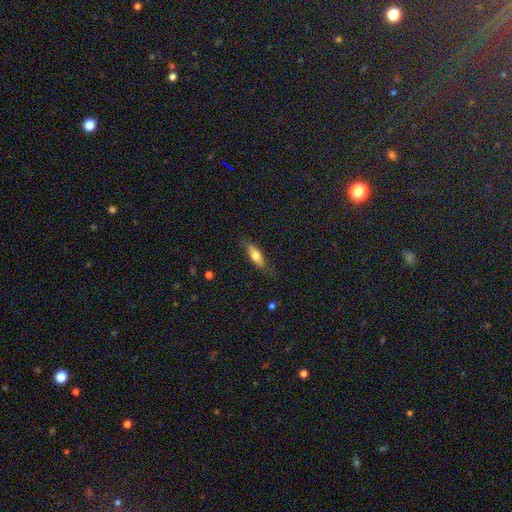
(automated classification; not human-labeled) Smooth or featured?
  - smooth: 66% *
  - featured or disk: 27%
  - star or artifact: 7%
How rounded?
  - in between: 54% *
  - cigar-shaped: 43%
  - round: 3%
Merging?
  - none: 75% *
  - minor disturbance: 19%
  - major disturbance: 5%
  - merger: 1%